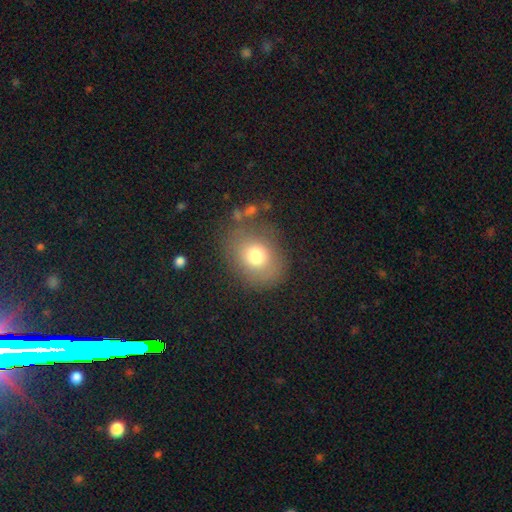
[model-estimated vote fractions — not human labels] This appears to be a smooth galaxy with no disk features (76%) that is round (51%). Merging: none (75%).